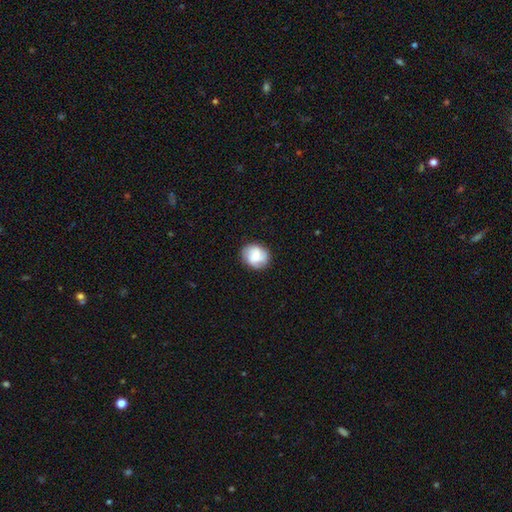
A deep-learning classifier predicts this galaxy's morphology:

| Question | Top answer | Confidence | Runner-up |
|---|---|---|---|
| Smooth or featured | smooth | 57% | featured or disk (35%) |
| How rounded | round | 68% | in between (31%) |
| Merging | none | 81% | minor disturbance (14%) |